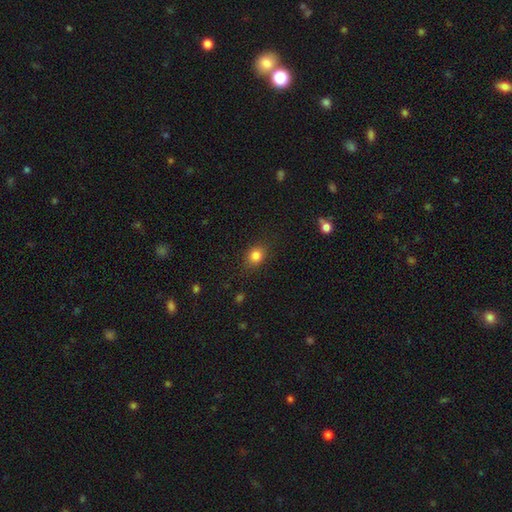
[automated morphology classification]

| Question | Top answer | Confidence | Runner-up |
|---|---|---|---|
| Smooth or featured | smooth | 83% | star or artifact (11%) |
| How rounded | round | 59% | in between (40%) |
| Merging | none | 83% | minor disturbance (12%) |